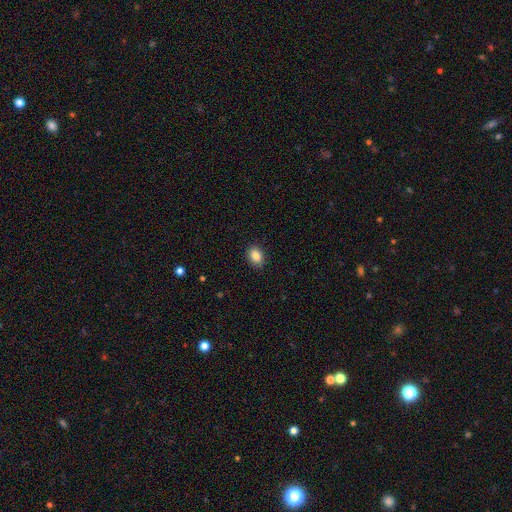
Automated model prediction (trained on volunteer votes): Q: Smooth or featured?
A: smooth (87%); runner-up: star or artifact (9%)
Q: How rounded?
A: in between (70%); runner-up: round (28%)
Q: Merging?
A: none (89%); runner-up: minor disturbance (8%)